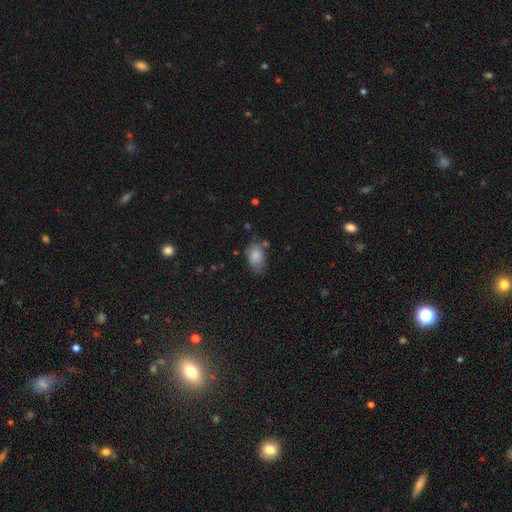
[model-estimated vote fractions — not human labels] Smooth or featured? smooth (83%)
How rounded? in between (86%)
Merging? none (57%)